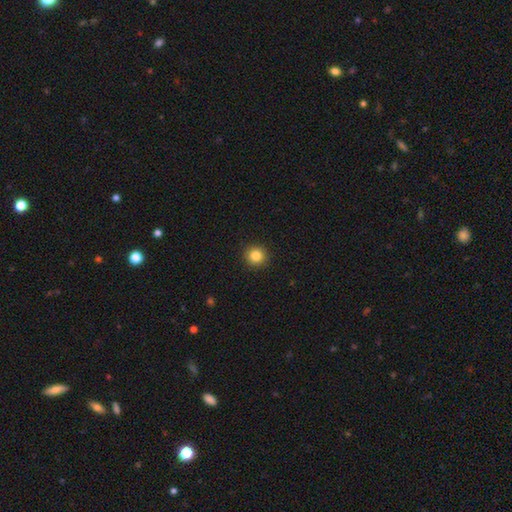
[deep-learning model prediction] Q: Smooth or featured?
A: smooth (85%); runner-up: star or artifact (11%)
Q: How rounded?
A: round (94%); runner-up: in between (5%)
Q: Merging?
A: none (93%); runner-up: minor disturbance (5%)